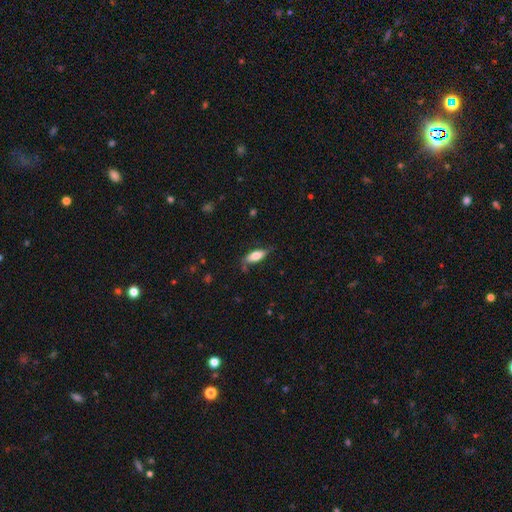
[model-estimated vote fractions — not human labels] This appears to be a smooth galaxy with no disk features (71%) that is in between round and cigar-shaped (70%). Merging: none (71%).